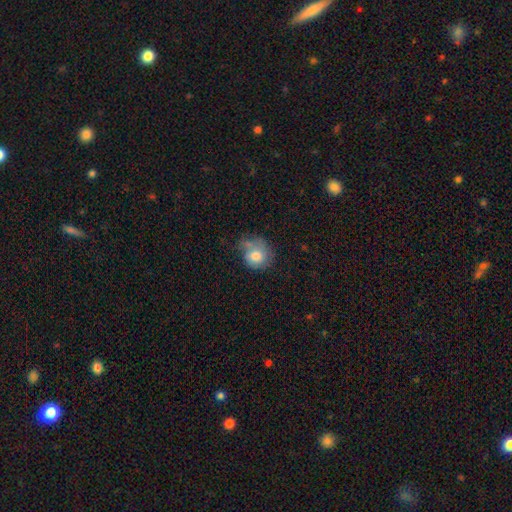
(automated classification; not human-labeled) smooth-or-featured: smooth: 73% | featured or disk: 19% | star or artifact: 8%
  how-rounded: round: 76% | in between: 23% | cigar-shaped: 1%
  merging: none: 42% | minor disturbance: 31% | major disturbance: 17% | merger: 9%